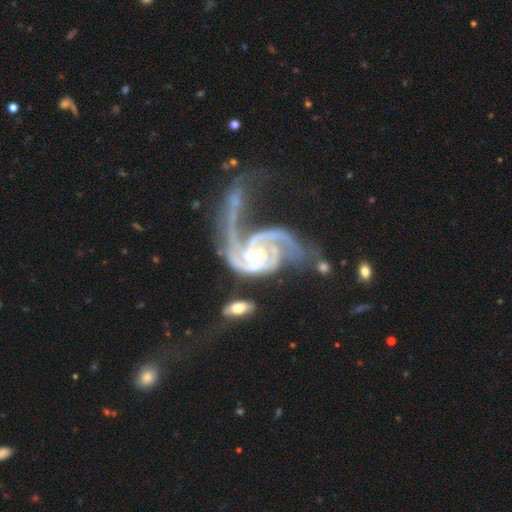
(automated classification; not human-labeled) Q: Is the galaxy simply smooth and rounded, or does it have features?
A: featured or disk — 92%.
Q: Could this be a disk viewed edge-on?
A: no — 98%.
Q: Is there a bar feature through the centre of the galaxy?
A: no — 52%.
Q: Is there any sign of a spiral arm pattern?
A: yes — 98%.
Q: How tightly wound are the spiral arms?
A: medium — 44%.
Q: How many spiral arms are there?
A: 2 — 43%.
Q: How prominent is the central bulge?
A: small — 50%.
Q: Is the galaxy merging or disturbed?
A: major disturbance — 48%.